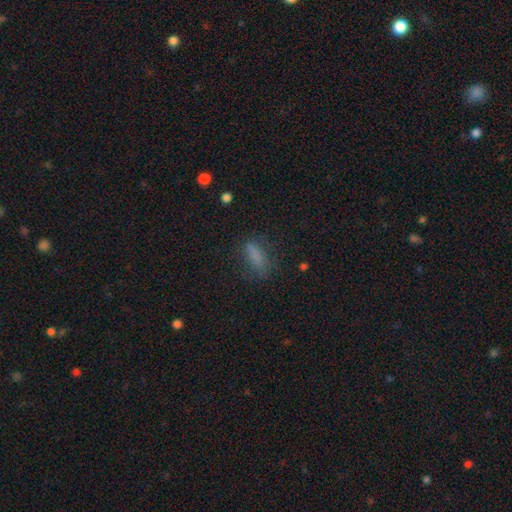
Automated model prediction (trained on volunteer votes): Q: Smooth or featured?
A: smooth (76%); runner-up: star or artifact (13%)
Q: How rounded?
A: in between (66%); runner-up: cigar-shaped (30%)
Q: Merging?
A: none (65%); runner-up: minor disturbance (21%)